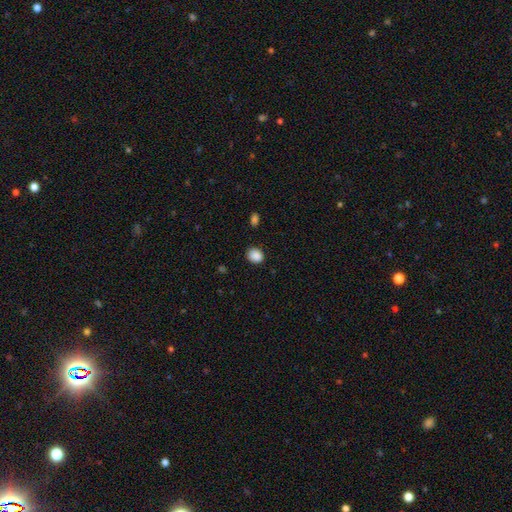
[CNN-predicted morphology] A smooth galaxy with no disk features (88%) that is round (63%). Merging: none (85%).